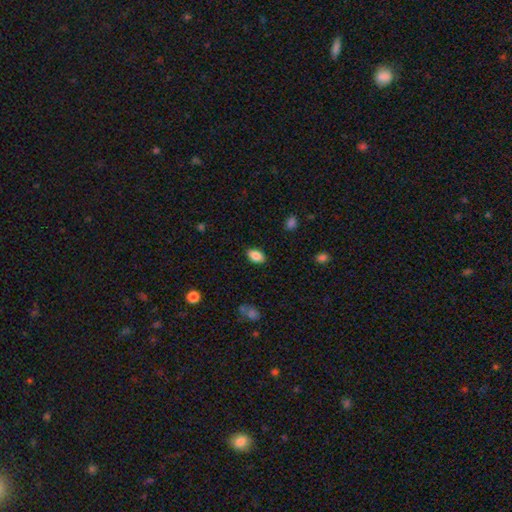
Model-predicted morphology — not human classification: Smooth or featured? smooth (85%)
How rounded? in between (89%)
Merging? none (87%)